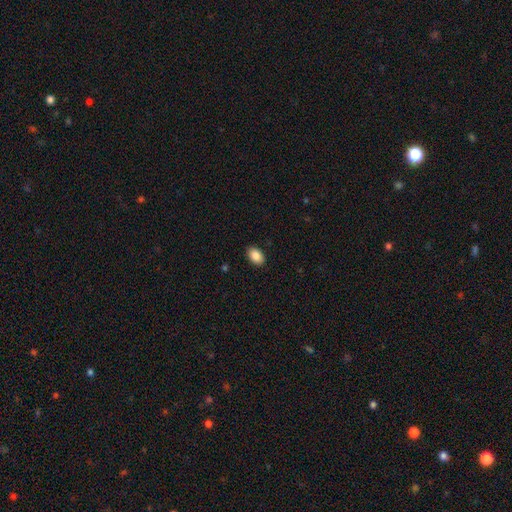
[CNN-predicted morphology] A smooth galaxy with no disk features (88%) that is in between round and cigar-shaped (89%).

Vote fractions:
- Smooth or featured? smooth: 88% / star or artifact: 7% / featured or disk: 5%
- How rounded? in between: 89% / round: 10% / cigar-shaped: 1%
- Merging? none: 89% / minor disturbance: 8% / major disturbance: 2% / merger: 1%